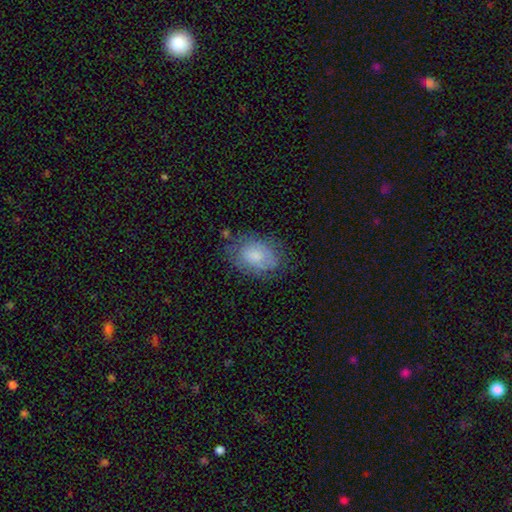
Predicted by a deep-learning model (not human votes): The model was most divided on "merging": none: 63%, minor disturbance: 25%, major disturbance: 9%, merger: 2%. More confident: how rounded — in between (79%); smooth or featured — smooth (66%).